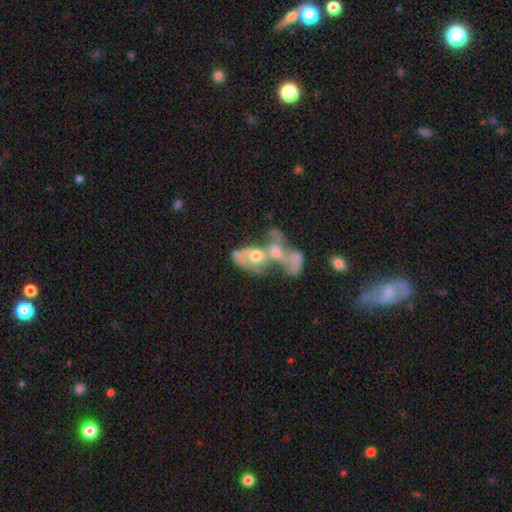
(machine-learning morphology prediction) Overall: featured or disk (57%; smooth 34%). Edge-on disk: no (95%). Bar: no (84%). Spiral arms: no (62%; yes 38%). Bulge size: moderate (60%). Merging: merger (80%).